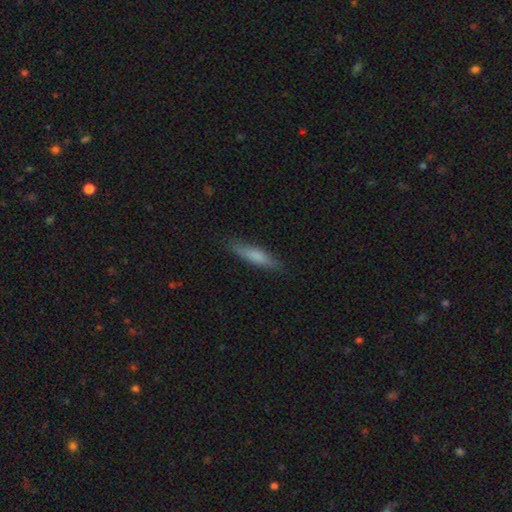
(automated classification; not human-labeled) The model was most divided on "smooth or featured": smooth: 74%, featured or disk: 20%, star or artifact: 6%. More confident: merging — none (86%); how rounded — cigar-shaped (82%).